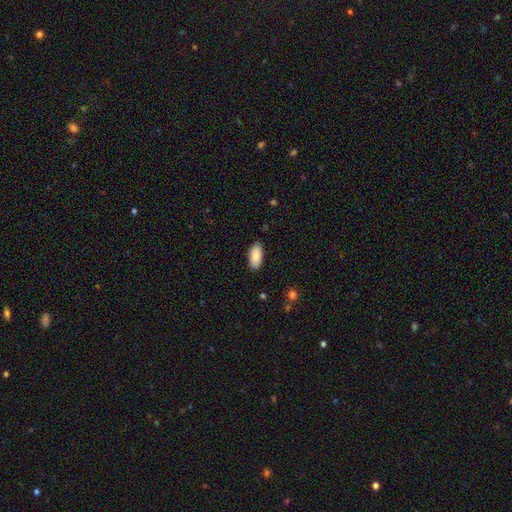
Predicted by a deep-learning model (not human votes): Smooth or featured? smooth (88%)
How rounded? in between (90%)
Merging? none (87%)